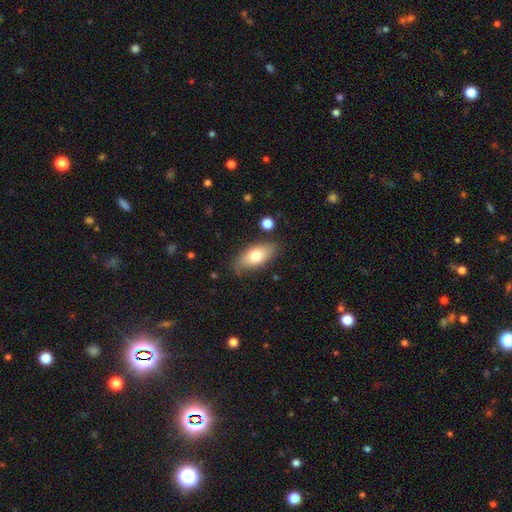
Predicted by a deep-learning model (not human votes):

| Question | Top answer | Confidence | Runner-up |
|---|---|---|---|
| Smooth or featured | smooth | 75% | featured or disk (19%) |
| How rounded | in between | 88% | cigar-shaped (9%) |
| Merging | none | 78% | minor disturbance (16%) |